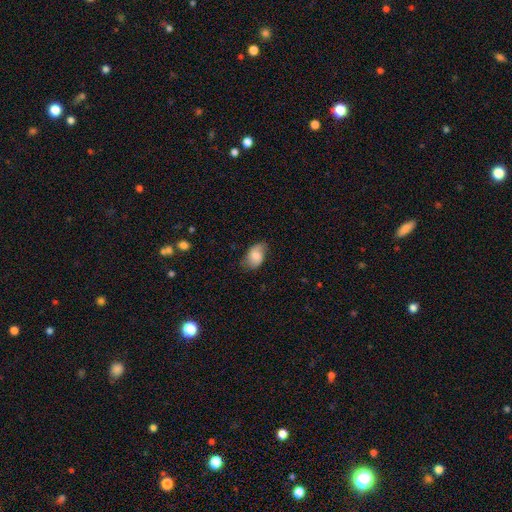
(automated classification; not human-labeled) Smooth or featured?
  - smooth: 67% *
  - featured or disk: 26%
  - star or artifact: 8%
How rounded?
  - in between: 88% *
  - round: 11%
  - cigar-shaped: 1%
Merging?
  - none: 64% *
  - minor disturbance: 28%
  - major disturbance: 7%
  - merger: 1%